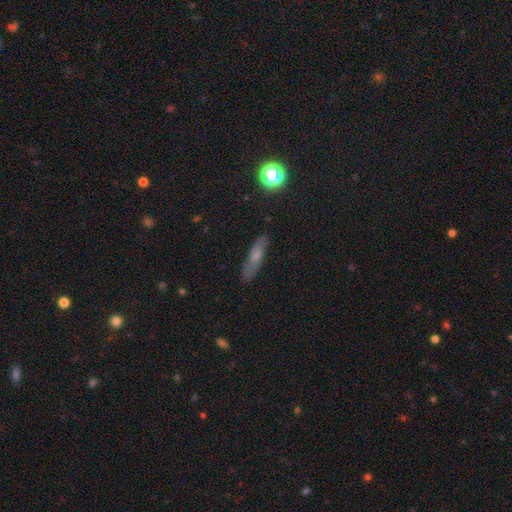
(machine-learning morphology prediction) smooth-or-featured: smooth: 55% | featured or disk: 33% | star or artifact: 12%
  how-rounded: cigar-shaped: 70% | in between: 27% | round: 4%
  merging: none: 81% | minor disturbance: 14% | major disturbance: 4% | merger: 2%